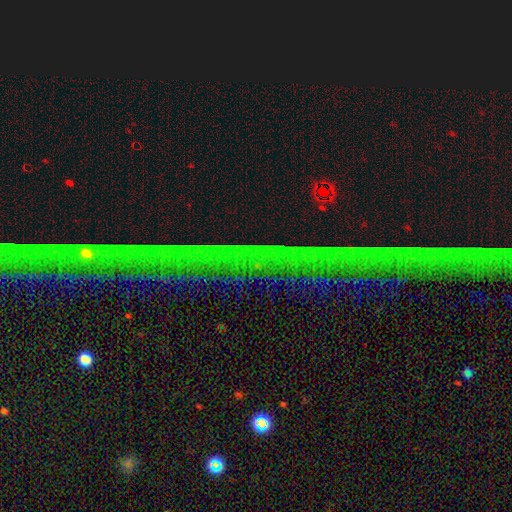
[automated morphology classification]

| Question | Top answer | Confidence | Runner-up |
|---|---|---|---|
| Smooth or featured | star or artifact | 83% | featured or disk (10%) |